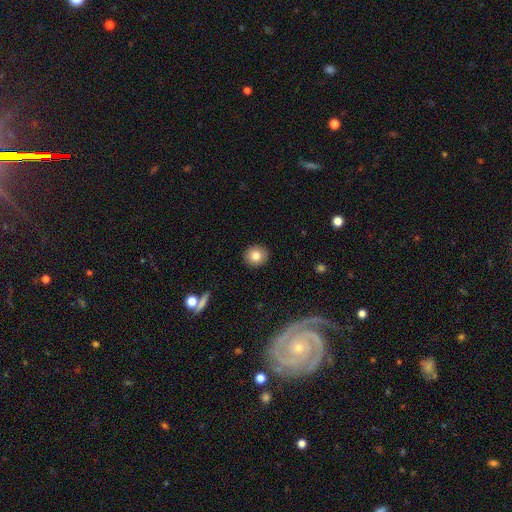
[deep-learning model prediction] smooth_or_featured: smooth (p=0.82) [alt: star or artifact p=0.09]
how_rounded: round (p=0.87) [alt: in between p=0.12]
merging: none (p=0.92) [alt: minor disturbance p=0.06]